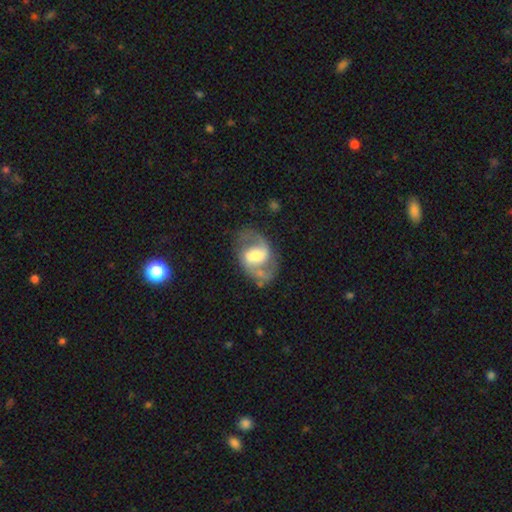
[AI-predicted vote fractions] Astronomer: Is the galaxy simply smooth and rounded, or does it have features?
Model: featured or disk — 83%.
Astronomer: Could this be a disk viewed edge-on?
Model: no — 98%.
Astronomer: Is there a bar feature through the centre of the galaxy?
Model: weak — 48% (runner-up: strong, 30%).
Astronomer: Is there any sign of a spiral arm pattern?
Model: yes — 93%.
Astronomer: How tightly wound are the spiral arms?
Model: medium — 56%.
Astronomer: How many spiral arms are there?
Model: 2 — 91%.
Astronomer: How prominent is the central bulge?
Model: moderate — 48% (runner-up: large, 24%).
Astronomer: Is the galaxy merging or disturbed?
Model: none — 71%.